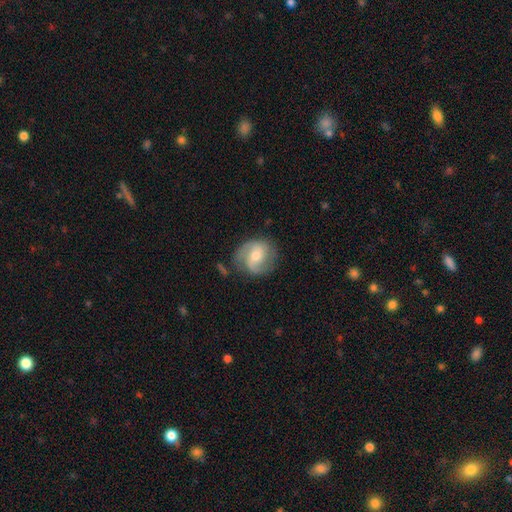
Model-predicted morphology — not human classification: A featured or disk galaxy (75%) with no bar (51%), 2 (72%) medium (49%) spiral arms (94%) and a moderate central bulge (58%).

Vote fractions:
- Smooth or featured? featured or disk: 75% / smooth: 20% / star or artifact: 6%
- Edge-on disk? no: 98% / yes: 2%
- Bar? no: 51% / weak: 40% / strong: 9%
- Spiral arms? yes: 94% / no: 6%
- Spiral winding? medium: 49% / tight: 30% / loose: 21%
- Spiral arm count? 2: 72% / 3: 12% / can't tell: 9% / 1: 4% / 4: 2% / more than 4: 2%
- Bulge size? moderate: 58% / small: 36% / large: 4% / none: 1% / dominant: 1%
- Merging? none: 68% / minor disturbance: 21% / major disturbance: 9% / merger: 3%